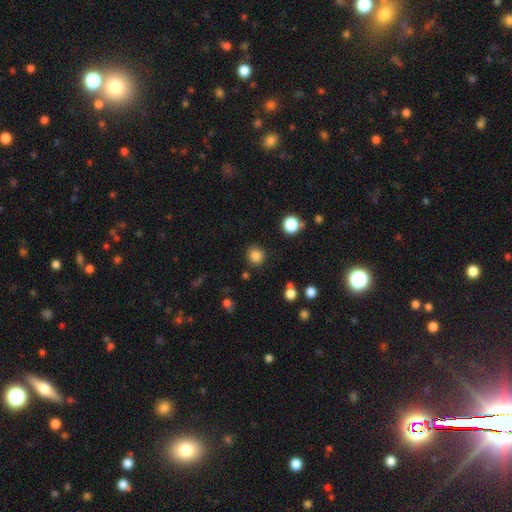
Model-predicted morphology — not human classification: Smooth or featured? Predicted: smooth (p=0.84). How rounded? Predicted: round (p=0.90). Merging? Predicted: none (p=0.88).